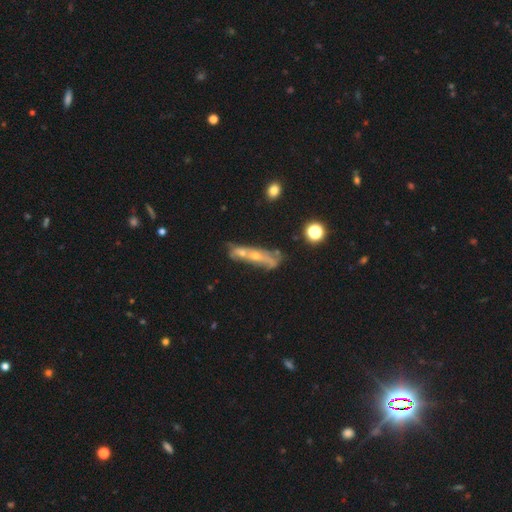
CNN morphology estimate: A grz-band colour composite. It shows a featured or disk galaxy (59%) viewed edge-on (51%). Merging: none (38%).